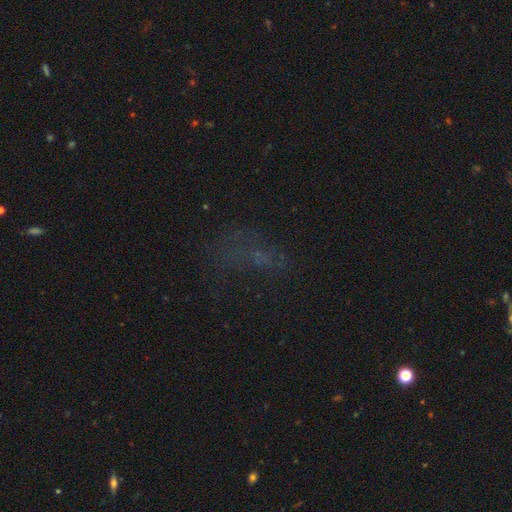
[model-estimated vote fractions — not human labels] Smooth or featured?
  - star or artifact: 42% *
  - smooth: 31%
  - featured or disk: 27%